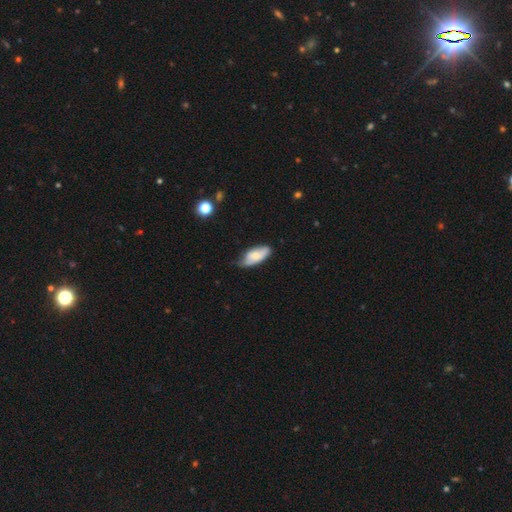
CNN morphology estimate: This appears to be a smooth galaxy with no disk features (66%) that is in between round and cigar-shaped (87%). Merging: none (51%).